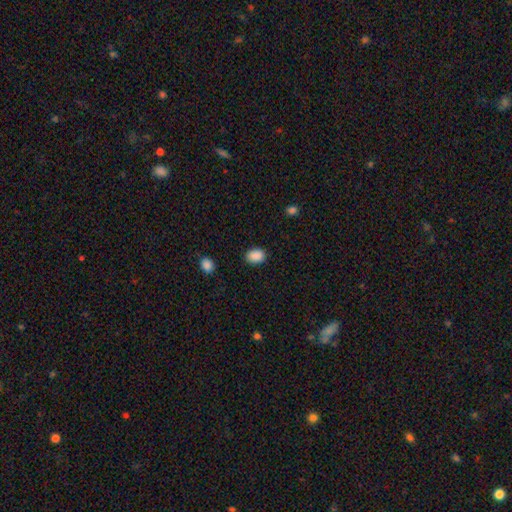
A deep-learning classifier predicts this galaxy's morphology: smooth_or_featured: smooth (p=0.89) [alt: star or artifact p=0.08]
how_rounded: in between (p=0.71) [alt: round p=0.28]
merging: none (p=0.87) [alt: minor disturbance p=0.09]